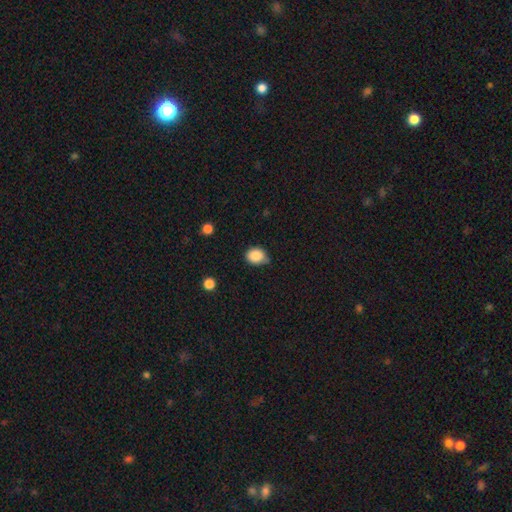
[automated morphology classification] A smooth galaxy with no disk features (86%) that is round (56%).

Vote fractions:
- Smooth or featured? smooth: 86% / star or artifact: 9% / featured or disk: 5%
- How rounded? round: 56% / in between: 43% / cigar-shaped: 1%
- Merging? none: 62% / minor disturbance: 30% / major disturbance: 4% / merger: 3%